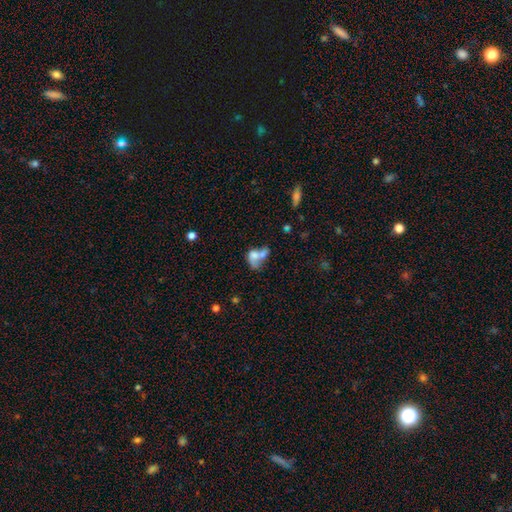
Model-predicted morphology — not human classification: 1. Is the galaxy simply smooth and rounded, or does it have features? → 61% smooth, 28% featured or disk, 11% star or artifact.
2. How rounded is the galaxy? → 72% in between, 25% round, 3% cigar-shaped.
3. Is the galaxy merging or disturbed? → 65% merger, 14% major disturbance, 13% none, 8% minor disturbance.